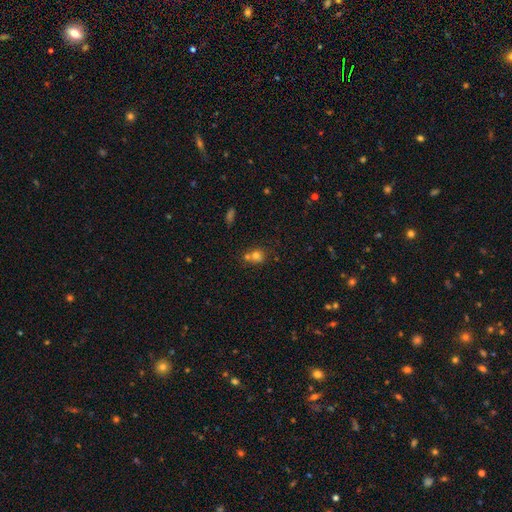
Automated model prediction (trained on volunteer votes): smooth 71%, star or artifact 15%, featured or disk 14%. Down the decision tree: how rounded — round (70%); merging — merger (46%).